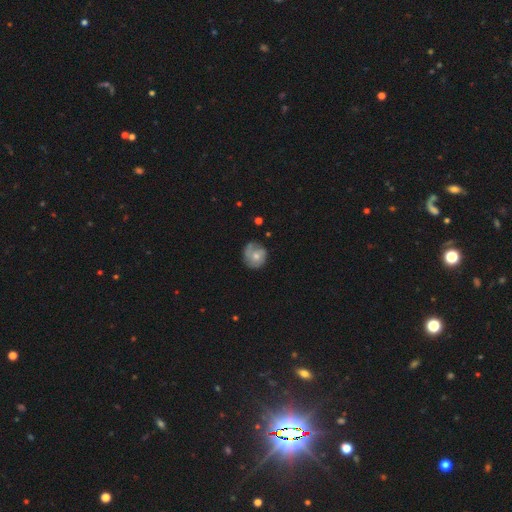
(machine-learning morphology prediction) Smooth or featured?
  - featured or disk: 48% *
  - smooth: 44%
  - star or artifact: 8%
Merging?
  - none: 59% *
  - minor disturbance: 26%
  - major disturbance: 12%
  - merger: 3%